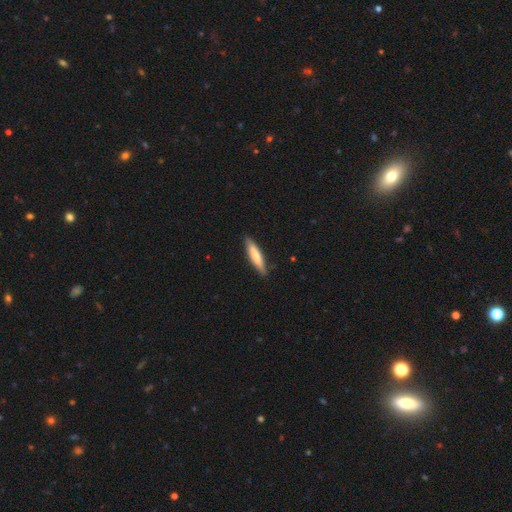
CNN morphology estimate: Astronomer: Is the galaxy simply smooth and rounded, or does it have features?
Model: smooth — 68%.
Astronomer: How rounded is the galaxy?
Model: cigar-shaped — 84%.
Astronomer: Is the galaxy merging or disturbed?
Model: none — 88%.